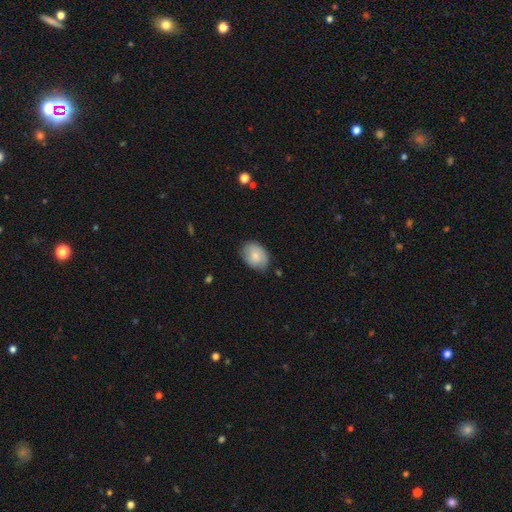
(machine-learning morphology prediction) smooth_or_featured: smooth (p=0.74) [alt: featured or disk p=0.20]
how_rounded: in between (p=0.76) [alt: round p=0.23]
merging: none (p=0.76) [alt: minor disturbance p=0.19]